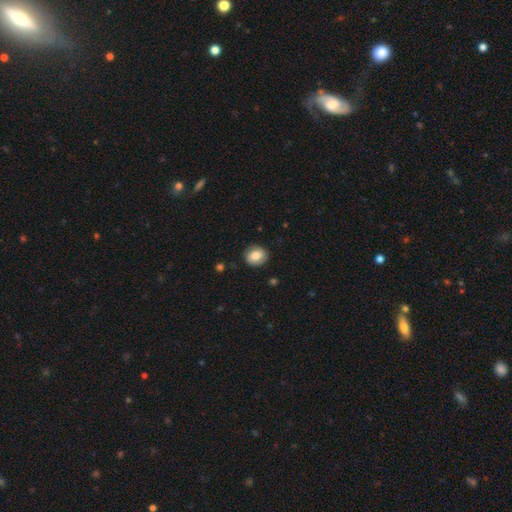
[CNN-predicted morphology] A smooth galaxy with no disk features (78%) that is round (77%). Merging: none (88%).